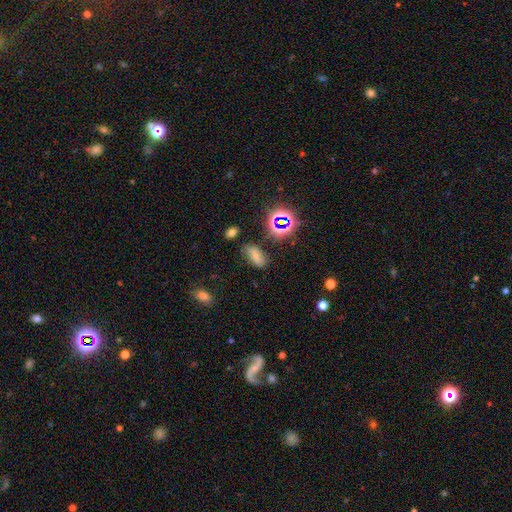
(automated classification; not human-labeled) Smooth or featured?
  - smooth: 63% *
  - star or artifact: 24%
  - featured or disk: 13%
How rounded?
  - in between: 85% *
  - cigar-shaped: 9%
  - round: 6%
Merging?
  - none: 68% *
  - minor disturbance: 21%
  - major disturbance: 7%
  - merger: 4%